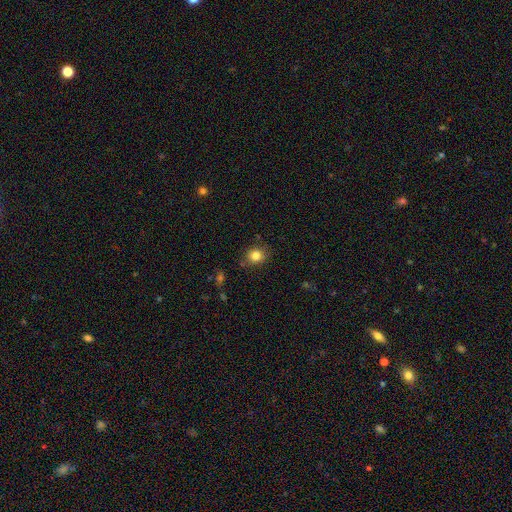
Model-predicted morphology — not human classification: A smooth galaxy with no disk features (83%) that is round (77%). Merging: none (82%).